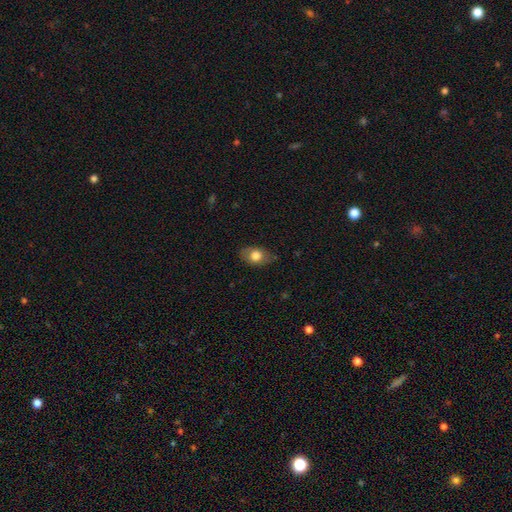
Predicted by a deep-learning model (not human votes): Smooth or featured? Predicted: smooth (p=0.76). How rounded? Predicted: in between (p=0.83). Merging? Predicted: none (p=0.78).